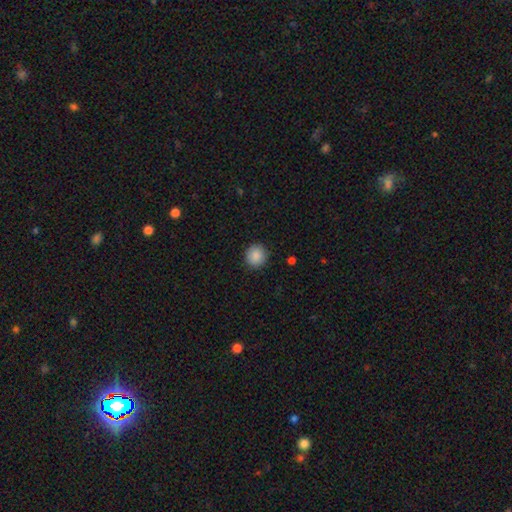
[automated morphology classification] Smooth or featured? smooth (88%)
How rounded? round (91%)
Merging? none (90%)